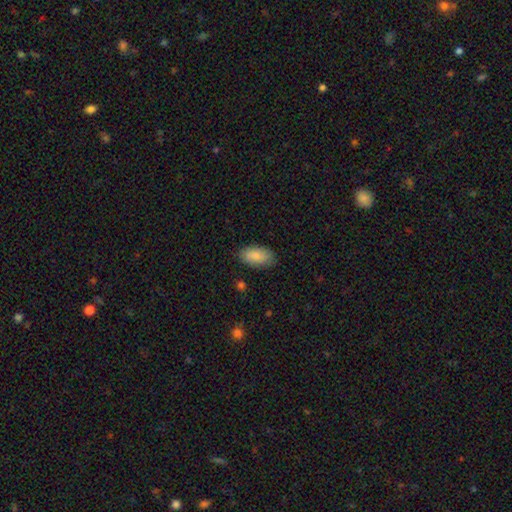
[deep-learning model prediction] A smooth galaxy with no disk features (87%) that is in between round and cigar-shaped (92%).

Vote fractions:
- Smooth or featured? smooth: 87% / featured or disk: 6% / star or artifact: 6%
- How rounded? in between: 92% / cigar-shaped: 5% / round: 3%
- Merging? none: 85% / minor disturbance: 12% / major disturbance: 3% / merger: 1%